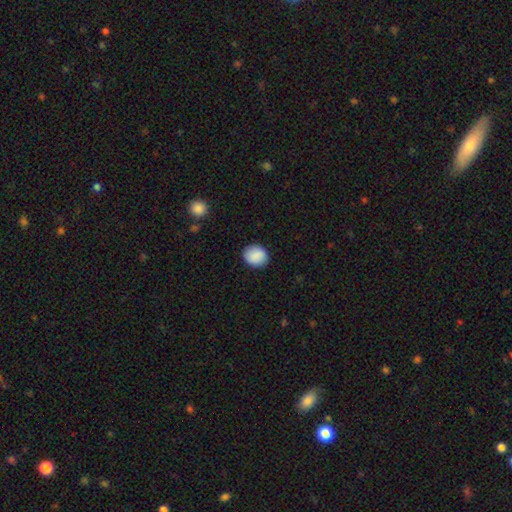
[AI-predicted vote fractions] Smooth or featured: smooth — 89% (star or artifact — 7%)
How rounded: round — 74% (in between — 25%)
Merging: none — 89% (minor disturbance — 8%)